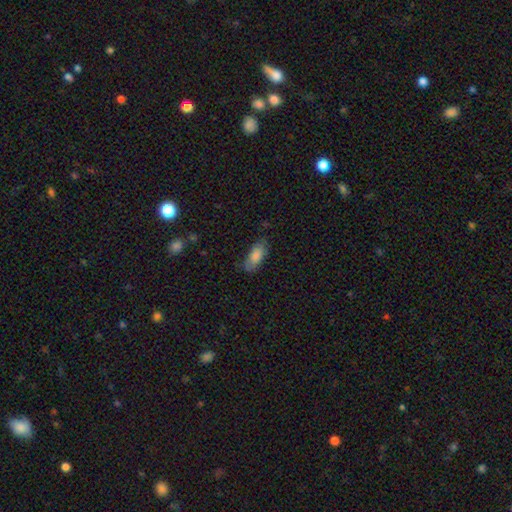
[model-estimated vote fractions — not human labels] smooth_or_featured: smooth (p=0.81) [alt: featured or disk p=0.12]
how_rounded: in between (p=0.83) [alt: cigar-shaped p=0.15]
merging: none (p=0.71) [alt: minor disturbance p=0.22]